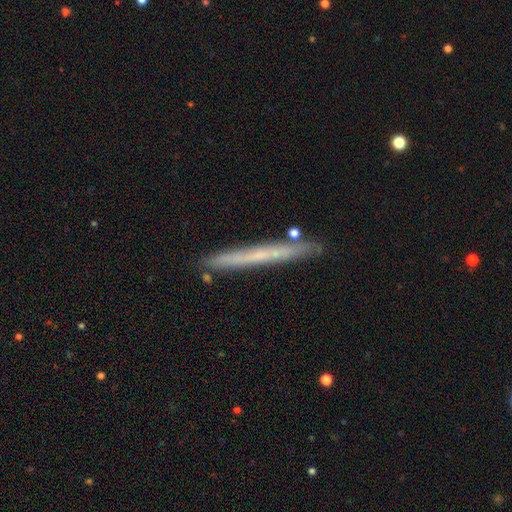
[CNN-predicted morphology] This is possibly a featured or disk galaxy (50%). It is clearly viewed edge-on (95%). Merging: clearly none (86%).